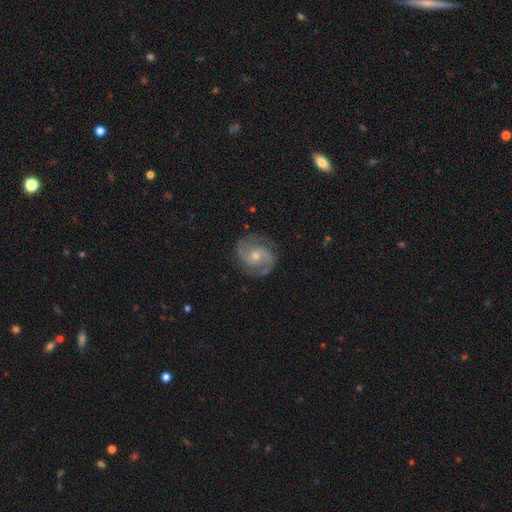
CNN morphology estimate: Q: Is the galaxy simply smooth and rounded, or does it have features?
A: featured or disk — 88%.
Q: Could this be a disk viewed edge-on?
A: no — 98%.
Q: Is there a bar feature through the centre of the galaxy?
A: no — 62%.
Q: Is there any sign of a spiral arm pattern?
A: yes — 98%.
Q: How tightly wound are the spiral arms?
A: medium — 52%.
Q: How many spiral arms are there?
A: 2 — 86%.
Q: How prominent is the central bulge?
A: small — 50%.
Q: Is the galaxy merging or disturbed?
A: none — 83%.